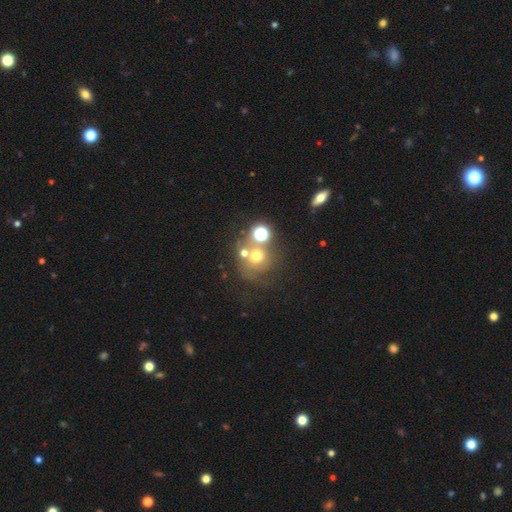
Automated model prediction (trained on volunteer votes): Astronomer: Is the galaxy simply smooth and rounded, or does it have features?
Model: smooth — 56%.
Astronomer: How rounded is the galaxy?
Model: round — 85%.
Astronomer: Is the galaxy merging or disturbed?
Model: none — 47% (runner-up: merger, 34%).